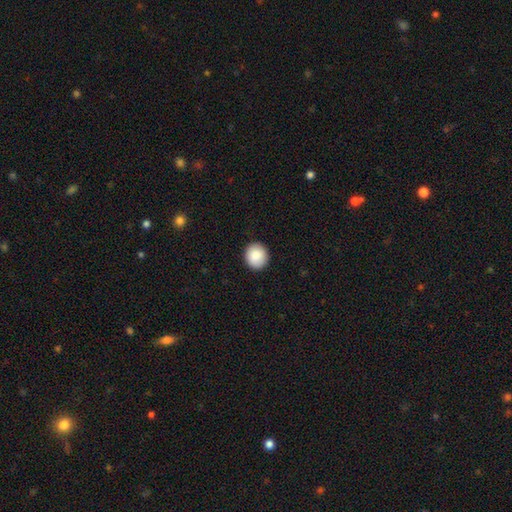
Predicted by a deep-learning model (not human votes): This appears to be a smooth galaxy with no disk features (89%) that is round (86%). Merging: none (91%).